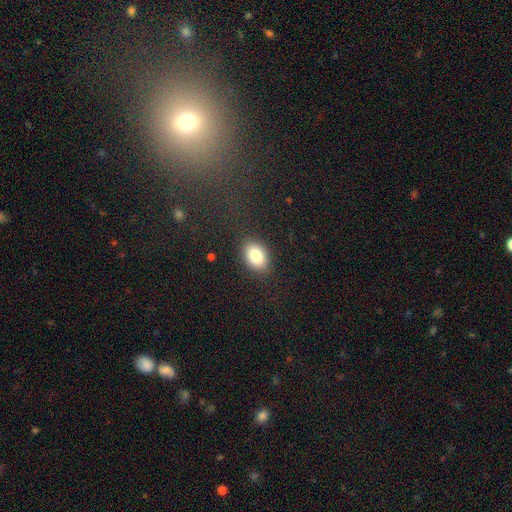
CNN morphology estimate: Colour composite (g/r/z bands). It shows a smooth galaxy with no disk features (83%) that is in between round and cigar-shaped (83%). Merging: none (86%).